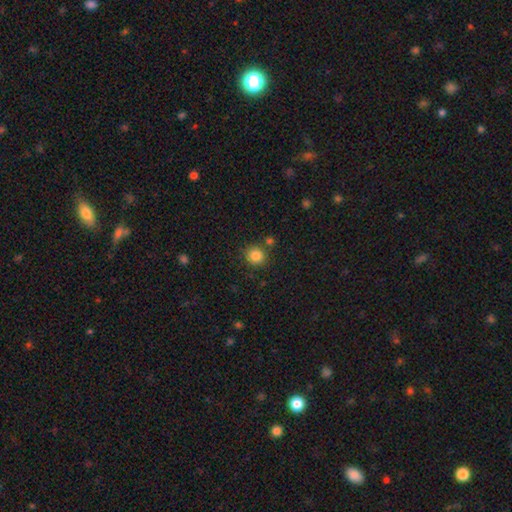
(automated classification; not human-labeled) Smooth or featured?
  - smooth: 84% *
  - star or artifact: 11%
  - featured or disk: 5%
How rounded?
  - round: 89% *
  - in between: 10%
  - cigar-shaped: 1%
Merging?
  - none: 82% *
  - minor disturbance: 8%
  - merger: 7%
  - major disturbance: 3%